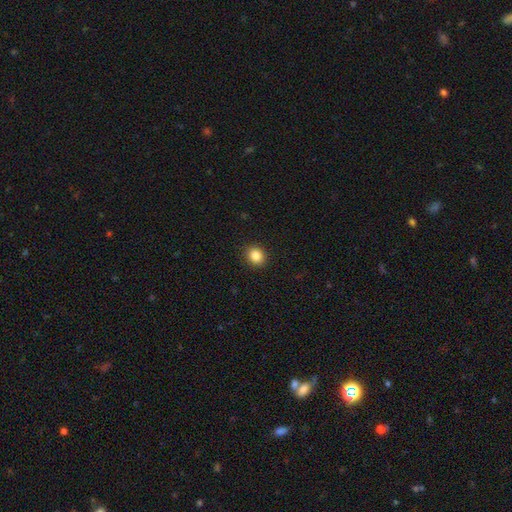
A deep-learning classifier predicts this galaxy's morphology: Smooth or featured?
  - smooth: 85% *
  - star or artifact: 10%
  - featured or disk: 4%
How rounded?
  - round: 73% *
  - in between: 26%
  - cigar-shaped: 1%
Merging?
  - none: 91% *
  - minor disturbance: 6%
  - major disturbance: 2%
  - merger: 1%